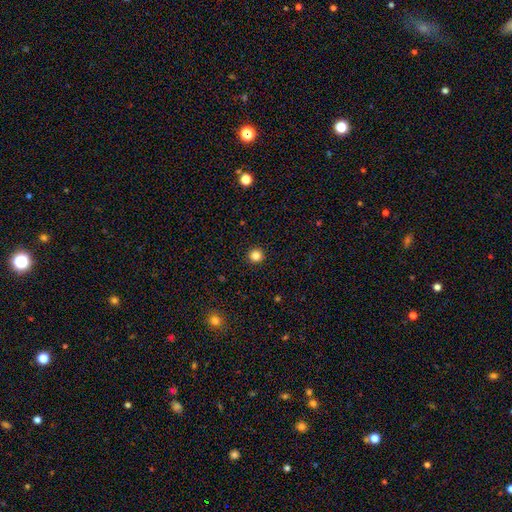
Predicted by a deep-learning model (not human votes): A smooth galaxy with no disk features (84%) that is round (96%).

Vote fractions:
- Smooth or featured? smooth: 84% / star or artifact: 12% / featured or disk: 4%
- How rounded? round: 96% / in between: 3% / cigar-shaped: 1%
- Merging? none: 94% / minor disturbance: 4% / major disturbance: 1% / merger: 1%